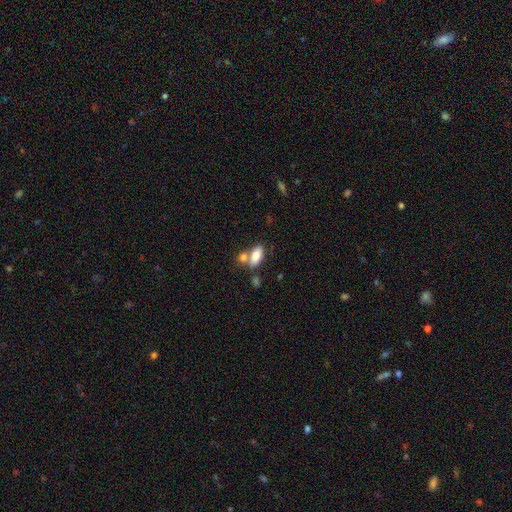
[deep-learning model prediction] smooth_or_featured: smooth (p=0.81) [alt: featured or disk p=0.12]
how_rounded: in between (p=0.85) [alt: cigar-shaped p=0.11]
merging: none (p=0.50) [alt: merger p=0.35]